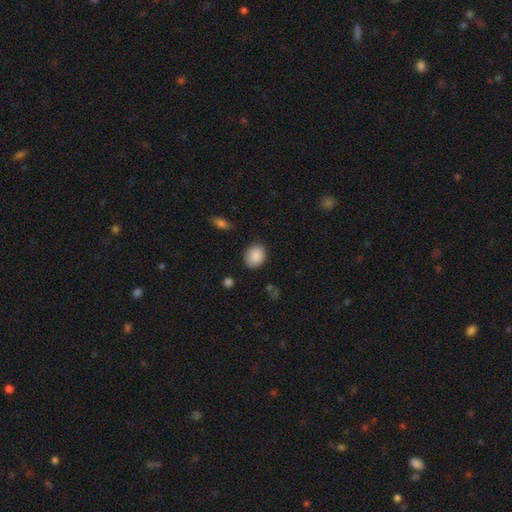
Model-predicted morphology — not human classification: The model was most divided on "how rounded": in between: 57%, round: 42%, cigar-shaped: 1%. More confident: smooth or featured — smooth (88%); merging — none (81%).